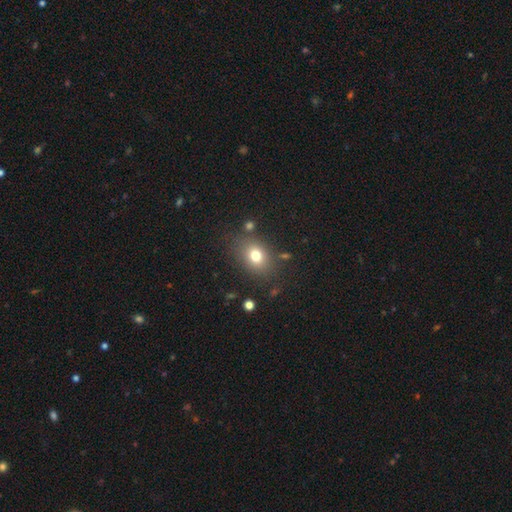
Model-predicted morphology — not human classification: The model was most divided on "how rounded": in between: 59%, round: 40%, cigar-shaped: 1%. More confident: merging — none (79%); smooth or featured — smooth (76%).